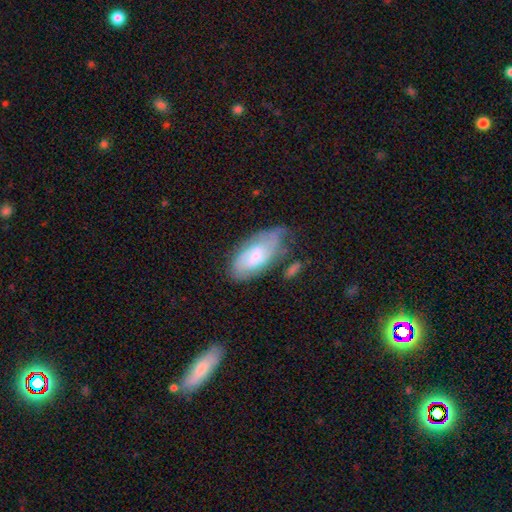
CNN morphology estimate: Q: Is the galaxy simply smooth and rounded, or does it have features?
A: featured or disk — 51%.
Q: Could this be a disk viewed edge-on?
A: no — 92%.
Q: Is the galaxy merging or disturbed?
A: none — 52%.